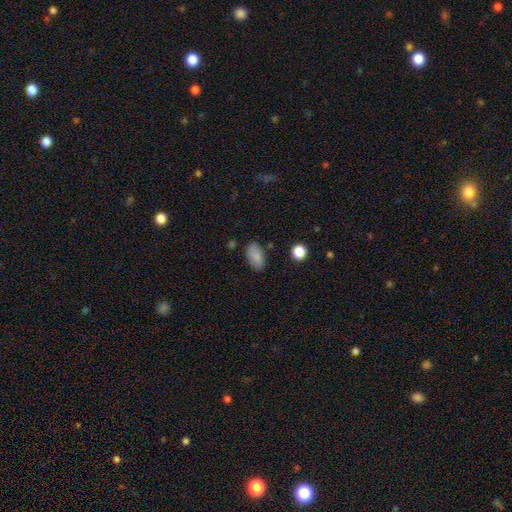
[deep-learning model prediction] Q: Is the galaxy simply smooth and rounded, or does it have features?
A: smooth — 84%.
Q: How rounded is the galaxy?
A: in between — 92%.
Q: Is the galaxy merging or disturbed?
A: none — 78%.